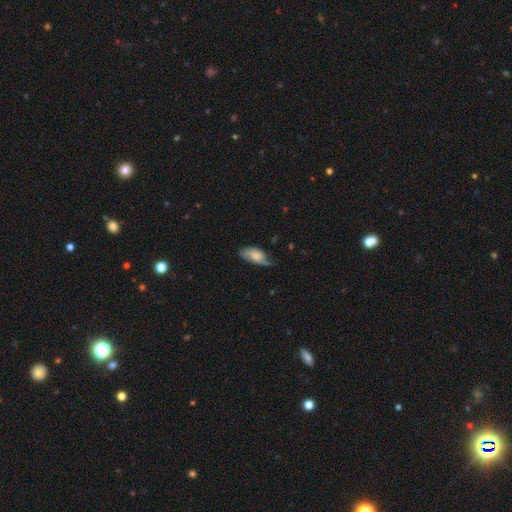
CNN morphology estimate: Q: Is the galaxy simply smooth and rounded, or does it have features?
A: smooth — 64%.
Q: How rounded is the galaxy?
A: in between — 90%.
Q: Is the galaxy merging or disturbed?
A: minor disturbance — 40%.